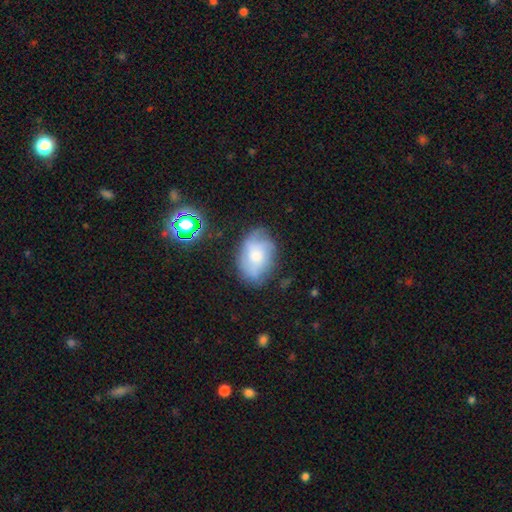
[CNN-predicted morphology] Overall: smooth (46%; featured or disk 44%). Merging: none (60%; minor disturbance 27%).